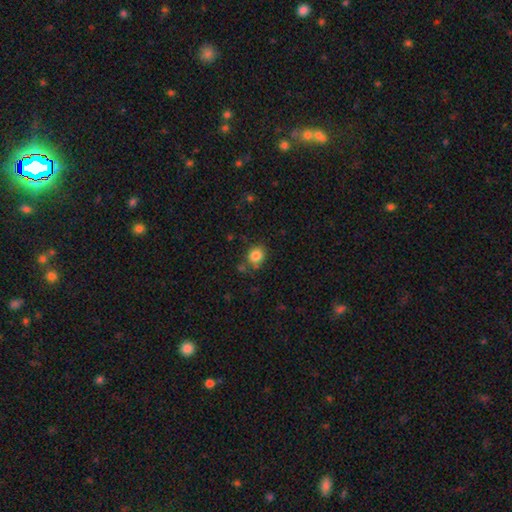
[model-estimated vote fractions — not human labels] Morphology: type=smooth (84%); roundness=round (73%); merging=none (74%).